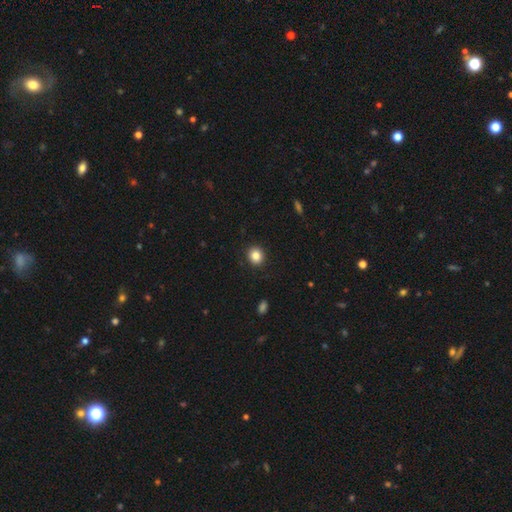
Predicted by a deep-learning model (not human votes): This is clearly a smooth galaxy (85%). How rounded: clearly round (85%). Merging: clearly none (91%).